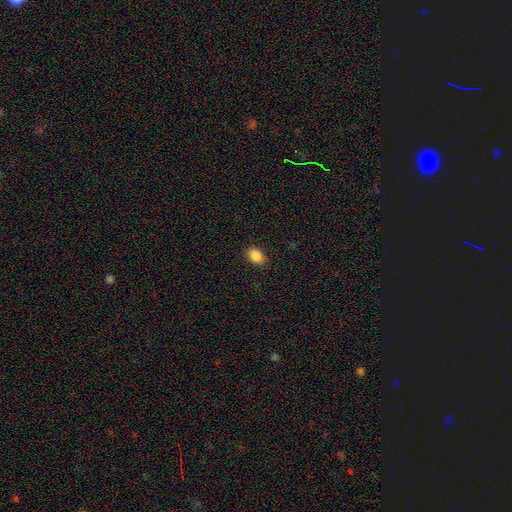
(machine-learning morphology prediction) This appears to be a smooth galaxy with no disk features (87%) that is in between round and cigar-shaped (78%). Merging: none (88%).